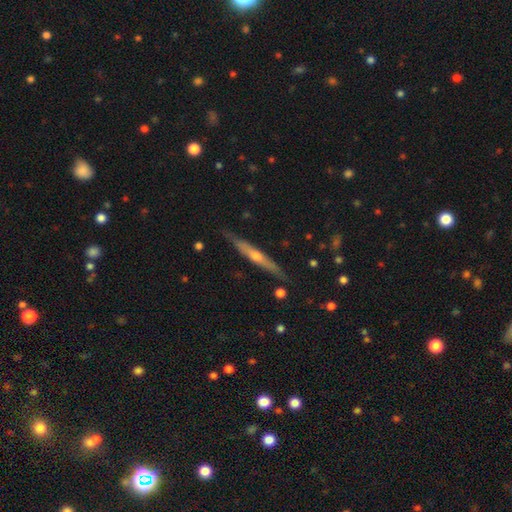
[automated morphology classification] Smooth or featured? featured or disk (68%)
Edge-on disk? yes (96%)
Edge-on bulge? rounded (75%)
Merging? none (85%)